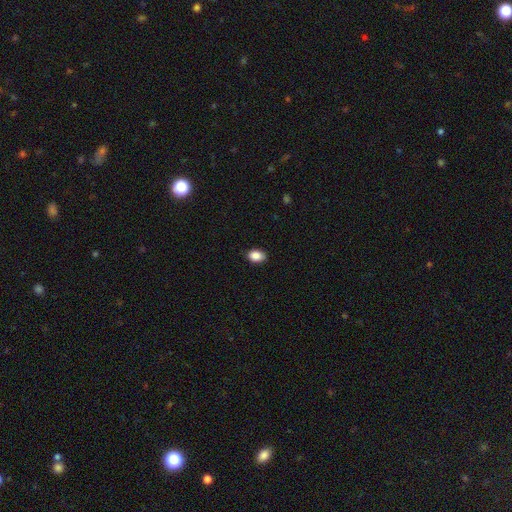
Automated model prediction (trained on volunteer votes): Morphology: type=smooth (88%); roundness=in between (79%); merging=none (86%).